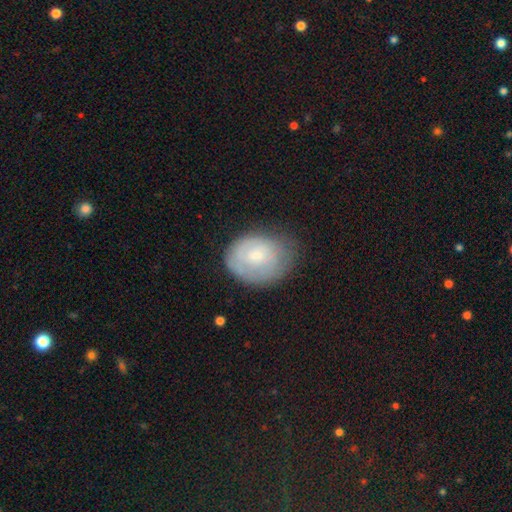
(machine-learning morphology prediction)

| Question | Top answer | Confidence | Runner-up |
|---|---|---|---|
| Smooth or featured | smooth | 55% | featured or disk (37%) |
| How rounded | in between | 57% | round (42%) |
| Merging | none | 57% | minor disturbance (30%) |